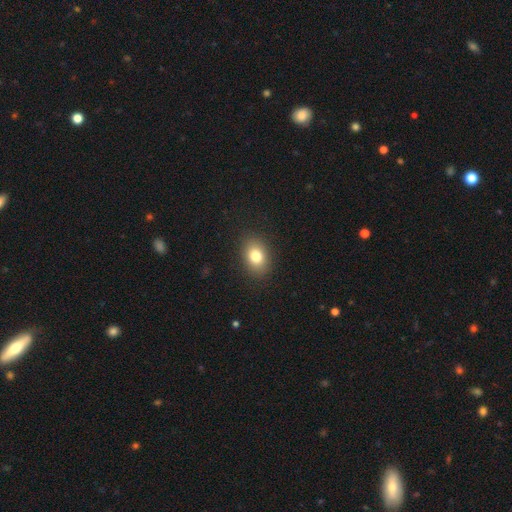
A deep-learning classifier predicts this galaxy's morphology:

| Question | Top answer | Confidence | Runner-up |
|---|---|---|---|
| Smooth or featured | smooth | 81% | star or artifact (10%) |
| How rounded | in between | 71% | round (27%) |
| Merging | none | 88% | minor disturbance (8%) |